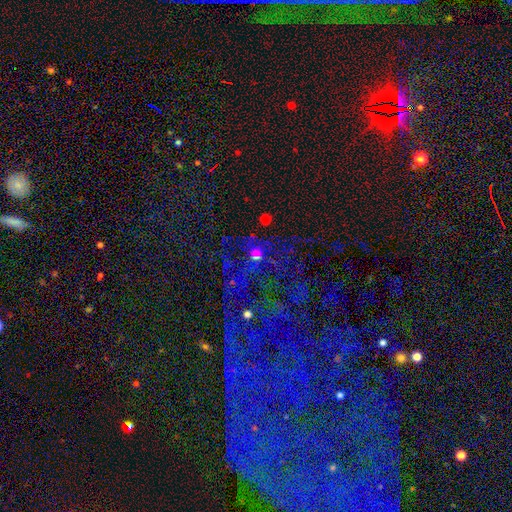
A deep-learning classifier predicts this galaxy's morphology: Q: Smooth or featured?
A: star or artifact (62%); runner-up: smooth (25%)